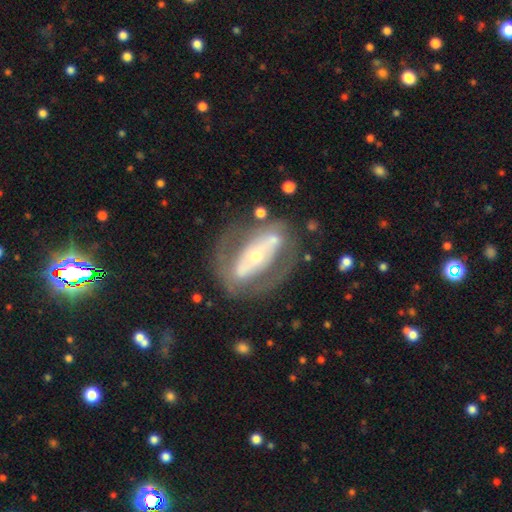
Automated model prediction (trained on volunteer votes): Morphology: type=featured or disk (76%); edge-on=no (87%); bar=strong (49%); spiral arms=no (56%); bulge=small (52%); merging=none (67%).